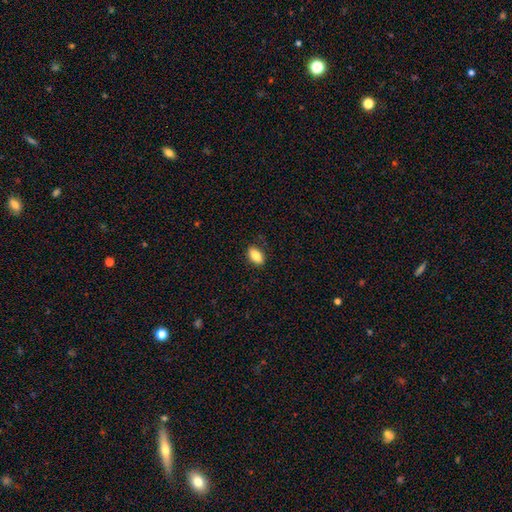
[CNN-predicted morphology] smooth 85%, featured or disk 8%, star or artifact 8%. Down the decision tree: how rounded — in between (90%); merging — none (87%).